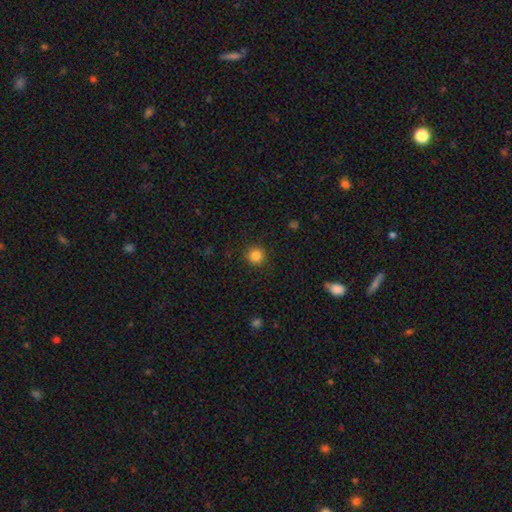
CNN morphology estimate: smooth-or-featured: smooth: 85% | star or artifact: 11% | featured or disk: 4%
  how-rounded: round: 94% | in between: 5% | cigar-shaped: 1%
  merging: none: 91% | minor disturbance: 6% | major disturbance: 2% | merger: 1%